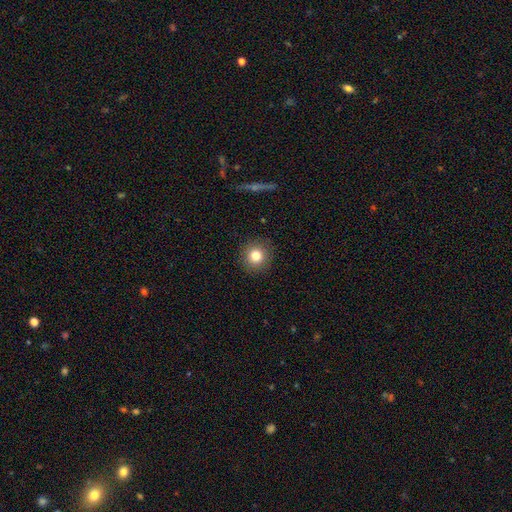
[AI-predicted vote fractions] Q: Smooth or featured?
A: smooth (81%); runner-up: star or artifact (11%)
Q: How rounded?
A: round (92%); runner-up: in between (7%)
Q: Merging?
A: none (90%); runner-up: minor disturbance (6%)